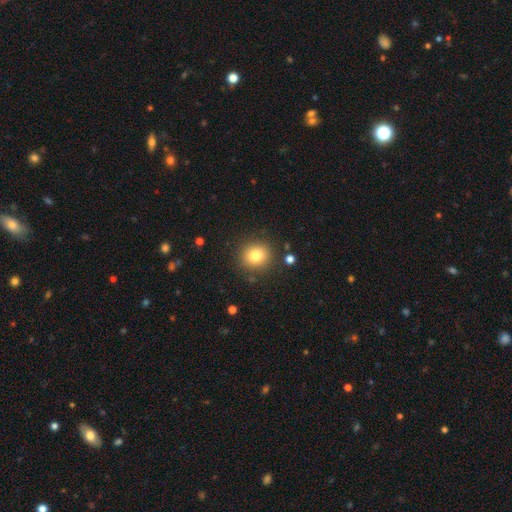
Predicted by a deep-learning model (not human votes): Morphology: type=smooth (80%); roundness=round (84%); merging=none (87%).